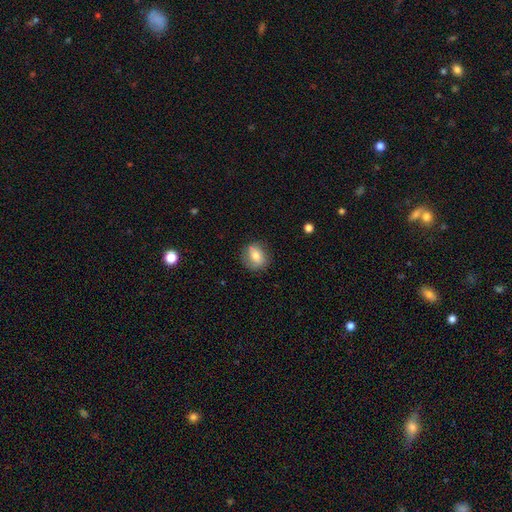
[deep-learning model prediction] Smooth or featured? smooth (71%)
How rounded? round (54%)
Merging? none (78%)